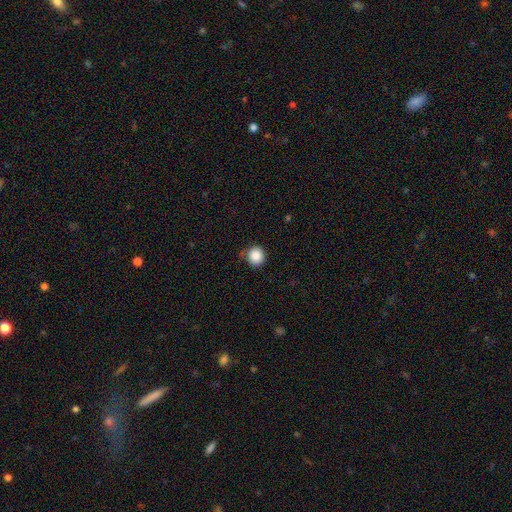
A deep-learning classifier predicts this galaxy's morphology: smooth 87%, star or artifact 10%, featured or disk 3%. Down the decision tree: how rounded — round (92%); merging — none (82%).